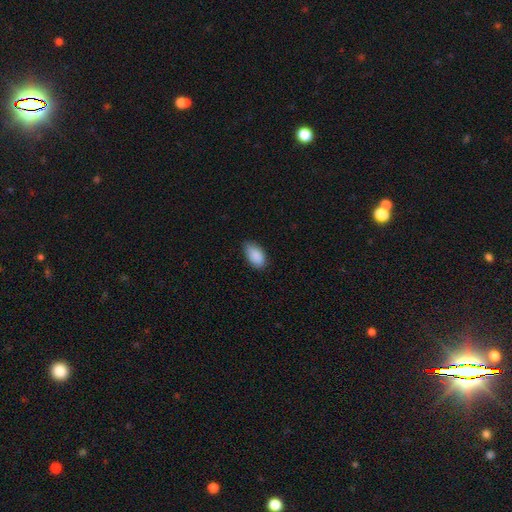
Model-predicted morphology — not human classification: smooth_or_featured: smooth (p=0.90) [alt: star or artifact p=0.07]
how_rounded: in between (p=0.94) [alt: round p=0.04]
merging: none (p=0.75) [alt: minor disturbance p=0.21]